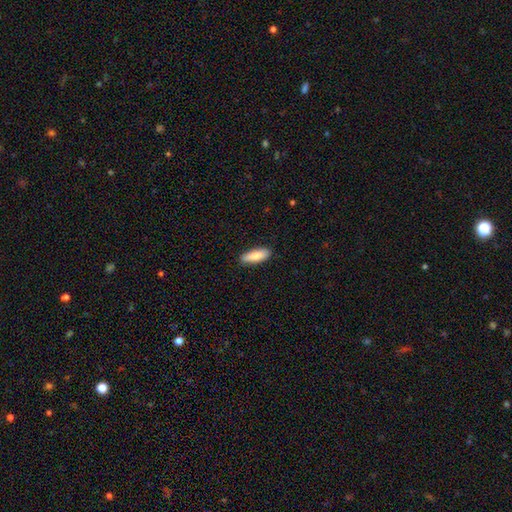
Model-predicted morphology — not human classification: Overall: smooth (82%). How rounded: in between (55%; cigar-shaped 43%). Merging: none (89%).